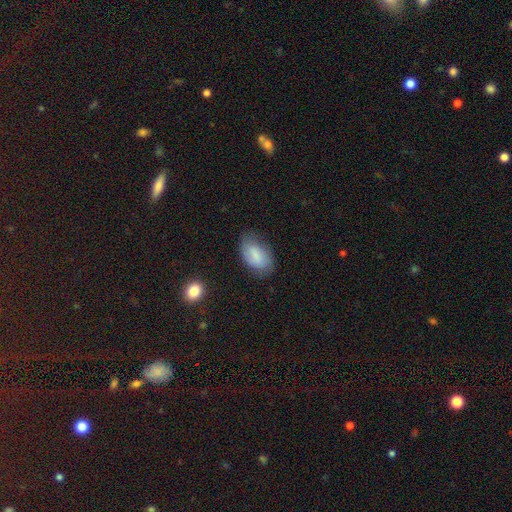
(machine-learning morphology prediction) smooth_or_featured: smooth (p=0.75) [alt: featured or disk p=0.17]
how_rounded: in between (p=0.92) [alt: round p=0.06]
merging: none (p=0.65) [alt: minor disturbance p=0.26]